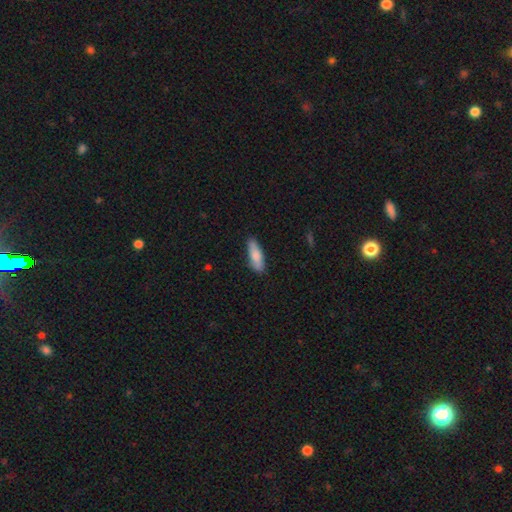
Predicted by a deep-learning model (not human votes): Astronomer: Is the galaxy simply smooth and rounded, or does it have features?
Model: smooth — 80%.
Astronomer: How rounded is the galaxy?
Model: cigar-shaped — 52% (runner-up: in between, 46%).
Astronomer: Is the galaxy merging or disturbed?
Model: none — 83%.